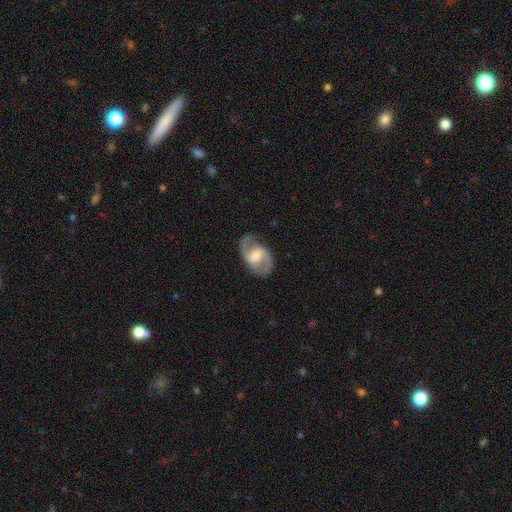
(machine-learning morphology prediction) Smooth or featured? Predicted: featured or disk (p=0.88). Edge-on disk? Predicted: no (p=0.98). Bar? Predicted: weak (p=0.56). Spiral arms? Predicted: yes (p=0.97). Spiral winding? Predicted: medium (p=0.58). Spiral arm count? Predicted: 2 (p=0.93). Bulge size? Predicted: moderate (p=0.53). Merging? Predicted: none (p=0.82).